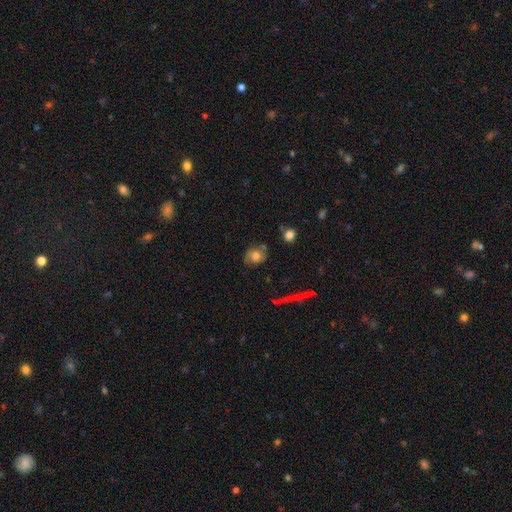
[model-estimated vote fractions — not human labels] The model was most divided on "how rounded": round: 59%, in between: 39%, cigar-shaped: 2%. More confident: smooth or featured — smooth (66%); merging — none (61%).